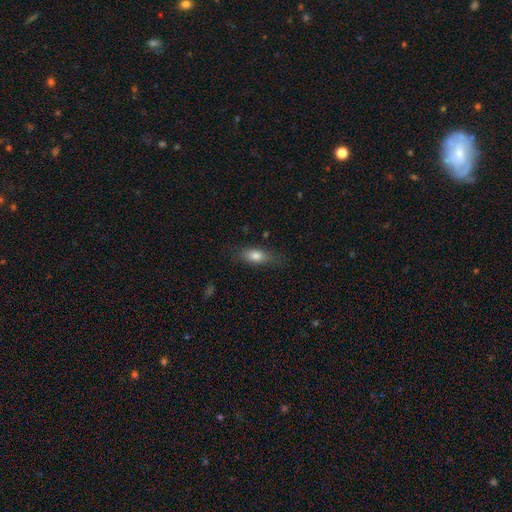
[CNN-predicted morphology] A smooth galaxy with no disk features (78%) that is in between round and cigar-shaped (77%).

Vote fractions:
- Smooth or featured? smooth: 78% / featured or disk: 14% / star or artifact: 8%
- How rounded? in between: 77% / cigar-shaped: 19% / round: 5%
- Merging? none: 74% / minor disturbance: 19% / major disturbance: 6% / merger: 1%